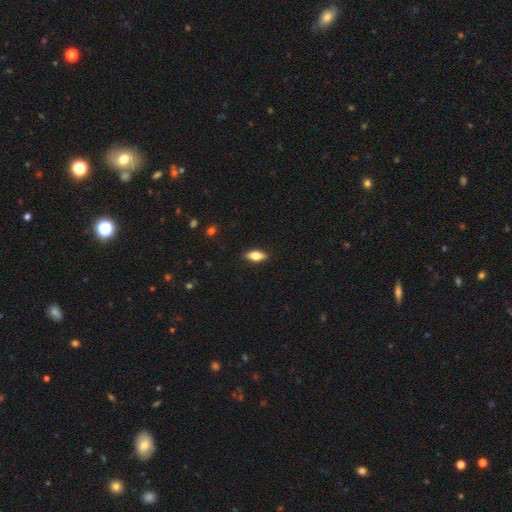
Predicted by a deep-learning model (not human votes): This appears to be a smooth galaxy with no disk features (66%) that is in between round and cigar-shaped (80%). Merging: none (88%).